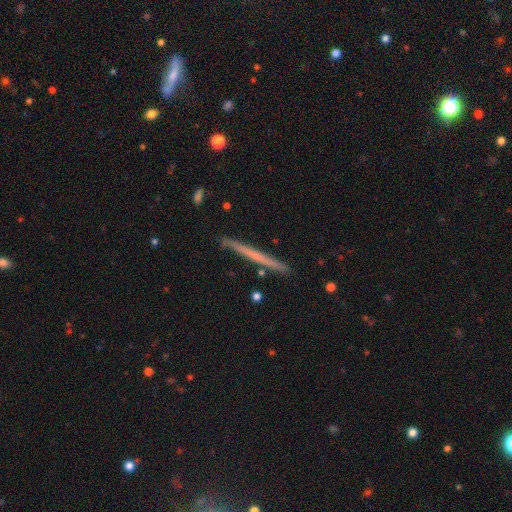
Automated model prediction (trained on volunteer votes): This appears to be a featured or disk galaxy (48%). Merging: none (91%).